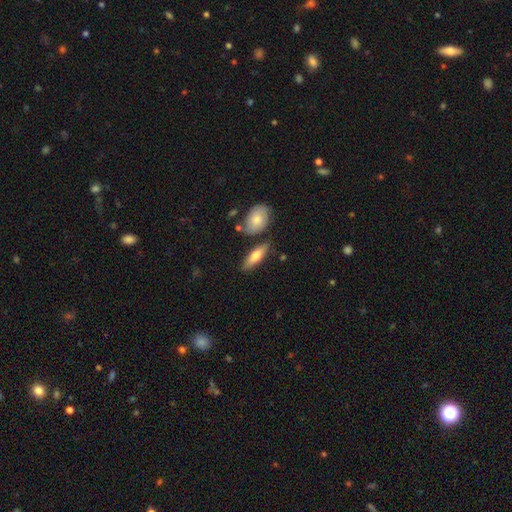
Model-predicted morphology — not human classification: Overall: smooth (65%; featured or disk 29%). How rounded: in between (52%; cigar-shaped 45%). Merging: none (74%).